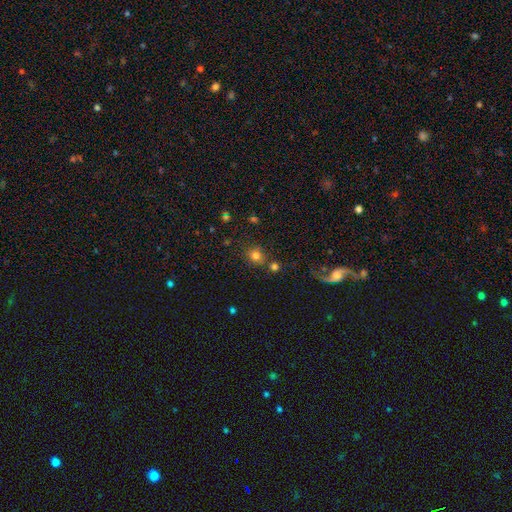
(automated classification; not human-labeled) Overall: smooth (77%). How rounded: round (79%). Merging: none (69%).